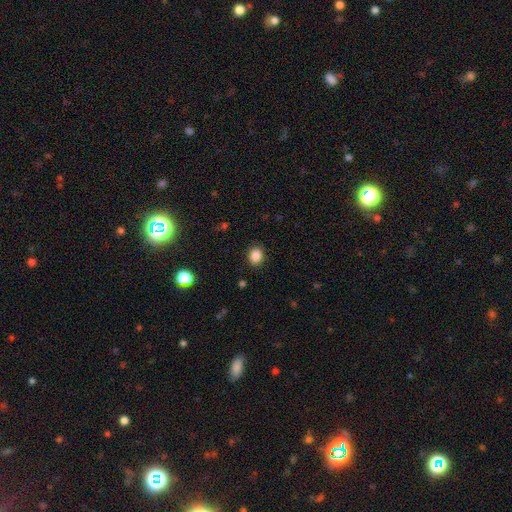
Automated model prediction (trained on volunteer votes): smooth-or-featured: smooth: 87% | star or artifact: 10% | featured or disk: 3%
  how-rounded: round: 56% | in between: 43% | cigar-shaped: 1%
  merging: none: 88% | minor disturbance: 9% | major disturbance: 3% | merger: 1%